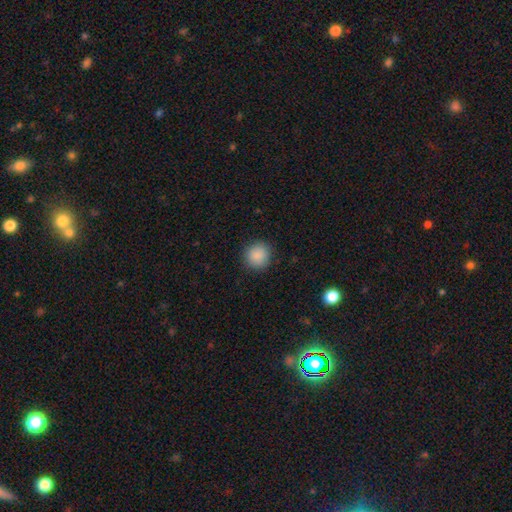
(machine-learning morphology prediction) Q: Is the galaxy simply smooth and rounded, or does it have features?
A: smooth — 89%.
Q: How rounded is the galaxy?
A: round — 90%.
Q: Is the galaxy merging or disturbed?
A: none — 89%.